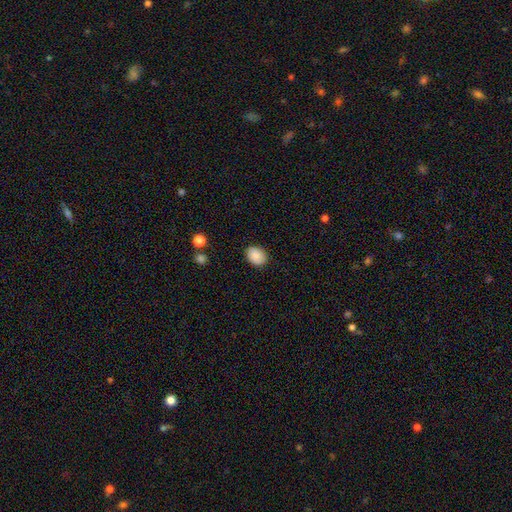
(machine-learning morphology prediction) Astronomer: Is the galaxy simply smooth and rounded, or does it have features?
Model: smooth — 88%.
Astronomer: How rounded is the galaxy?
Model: in between — 62% (runner-up: round, 37%).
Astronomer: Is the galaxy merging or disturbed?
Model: none — 86%.